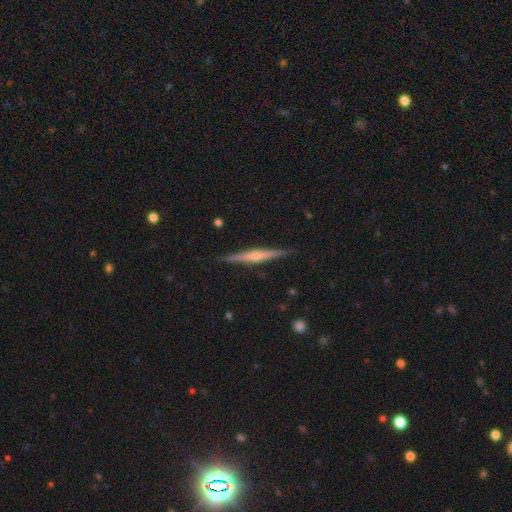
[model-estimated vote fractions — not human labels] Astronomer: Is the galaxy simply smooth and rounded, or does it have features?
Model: featured or disk — 77%.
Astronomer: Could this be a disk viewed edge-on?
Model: yes — 98%.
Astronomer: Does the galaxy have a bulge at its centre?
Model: rounded — 77%.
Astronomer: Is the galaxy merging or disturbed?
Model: none — 91%.